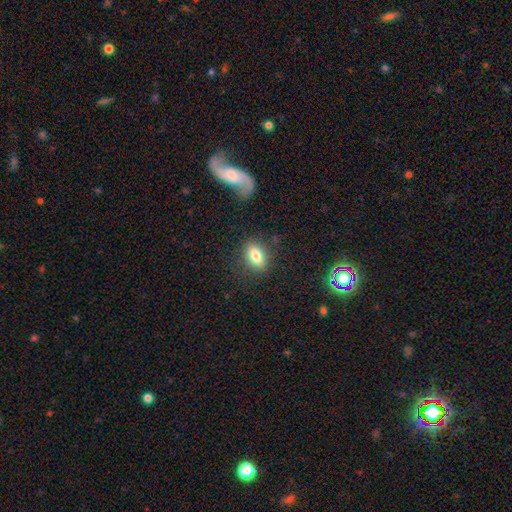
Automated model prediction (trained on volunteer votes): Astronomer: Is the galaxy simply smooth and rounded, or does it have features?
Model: smooth — 79%.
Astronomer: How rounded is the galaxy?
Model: in between — 81%.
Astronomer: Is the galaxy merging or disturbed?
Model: none — 82%.